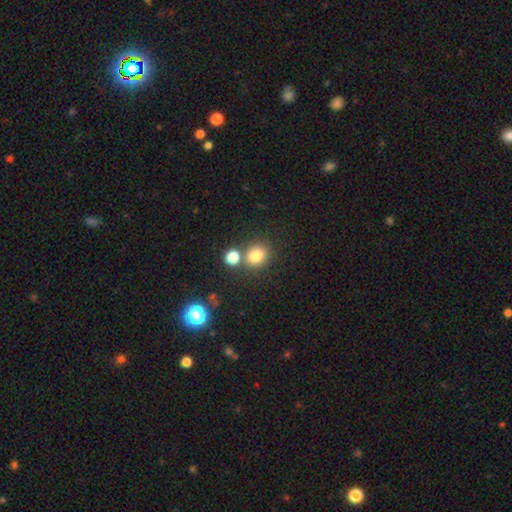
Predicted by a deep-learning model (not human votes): A smooth galaxy with no disk features (80%) that is round (76%). Merging: none (66%).